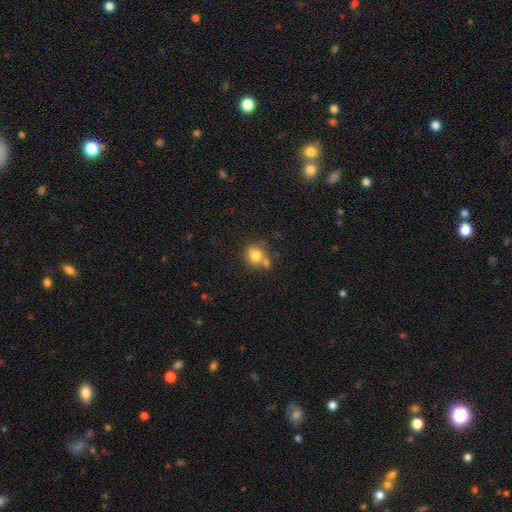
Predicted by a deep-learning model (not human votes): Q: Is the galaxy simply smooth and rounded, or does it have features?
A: smooth — 77%.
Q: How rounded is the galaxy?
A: round — 68%.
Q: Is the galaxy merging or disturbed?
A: none — 47%.